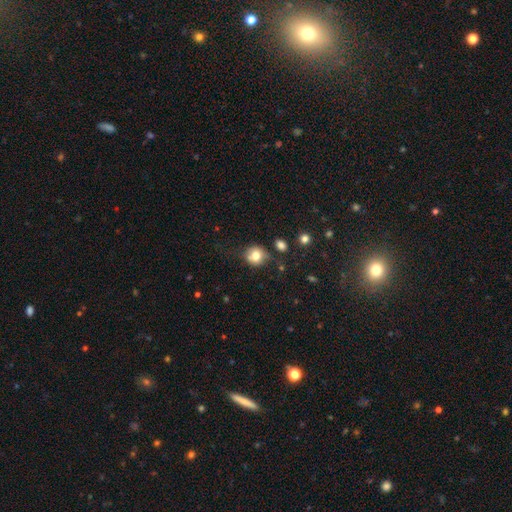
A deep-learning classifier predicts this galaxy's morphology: A smooth galaxy with no disk features (74%) that is round (81%). Merging: none (67%).